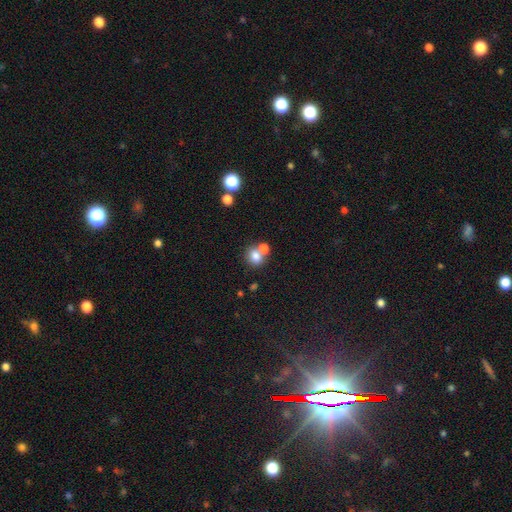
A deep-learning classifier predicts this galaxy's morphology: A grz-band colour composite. It shows a smooth galaxy with no disk features (78%) that is round (63%). Merging: none (48%).